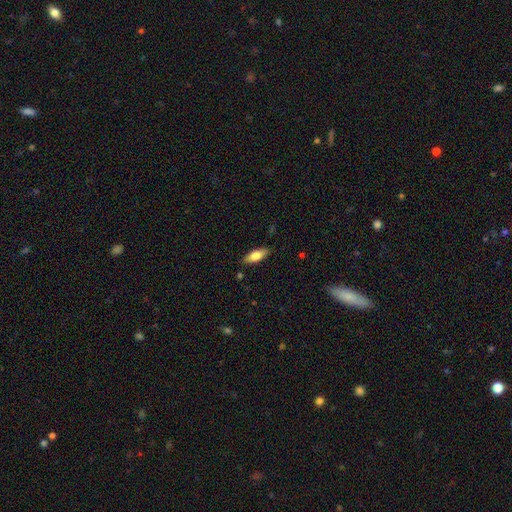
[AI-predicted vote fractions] smooth-or-featured: smooth: 71% | featured or disk: 22% | star or artifact: 6%
  how-rounded: in between: 71% | cigar-shaped: 27% | round: 2%
  merging: none: 85% | minor disturbance: 11% | major disturbance: 2% | merger: 1%